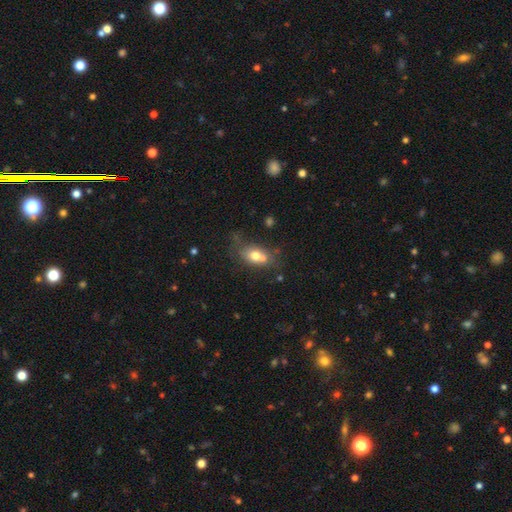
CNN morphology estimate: Smooth or featured?
  - smooth: 69% *
  - featured or disk: 20%
  - star or artifact: 11%
How rounded?
  - in between: 67% *
  - round: 30%
  - cigar-shaped: 3%
Merging?
  - none: 40% *
  - merger: 36%
  - minor disturbance: 16%
  - major disturbance: 8%